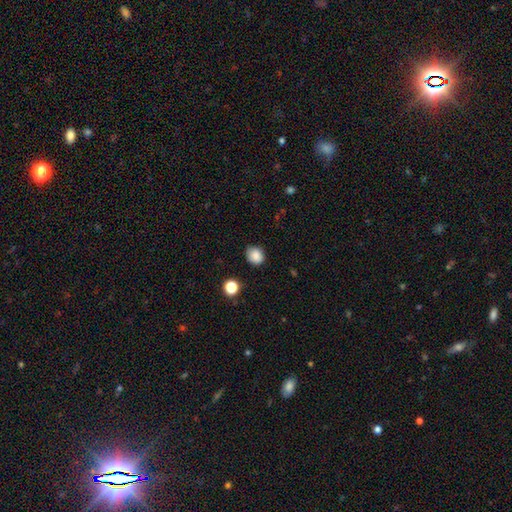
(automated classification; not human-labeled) smooth-or-featured: smooth: 86% | star or artifact: 10% | featured or disk: 4%
  how-rounded: round: 65% | in between: 35% | cigar-shaped: 1%
  merging: none: 79% | minor disturbance: 16% | major disturbance: 3% | merger: 2%